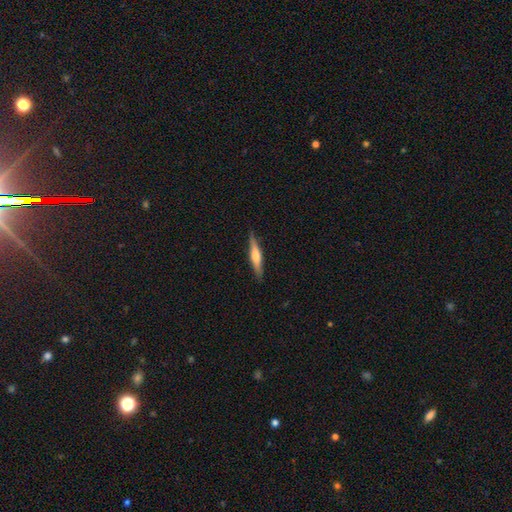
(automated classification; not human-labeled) Overall: featured or disk (52%; smooth 42%). Edge-on disk: yes (96%). Edge-on bulge: rounded (73%). Merging: none (89%).